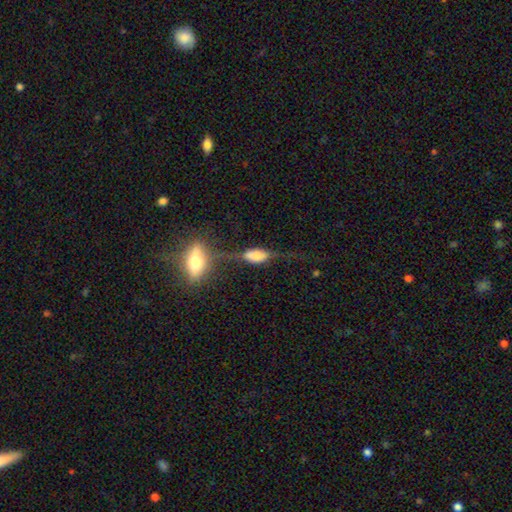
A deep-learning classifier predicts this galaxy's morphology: Smooth or featured? smooth (56%)
How rounded? in between (79%)
Merging? none (31%)